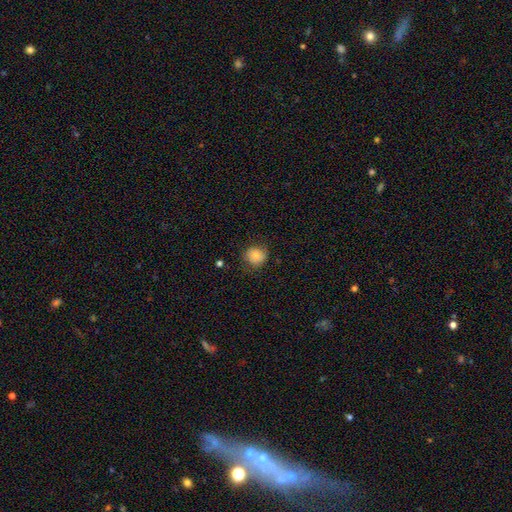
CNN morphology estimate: Smooth or featured: smooth — 76% (featured or disk — 15%)
How rounded: round — 84% (in between — 15%)
Merging: none — 75% (minor disturbance — 18%)